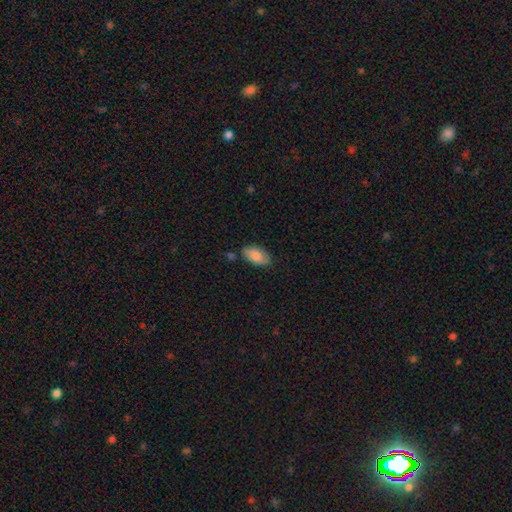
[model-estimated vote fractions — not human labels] This is clearly a smooth galaxy (86%). How rounded: clearly in between (94%). Merging: likely none (78%).